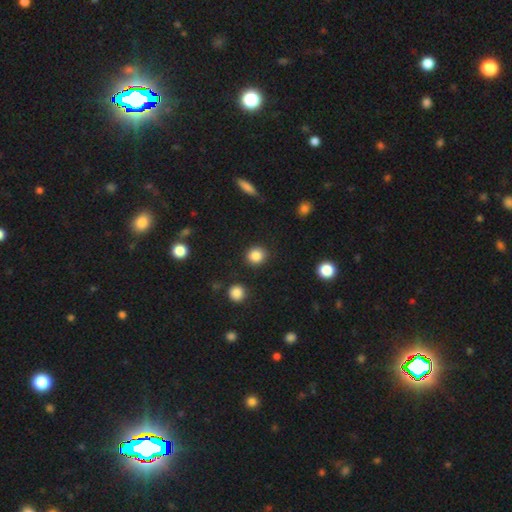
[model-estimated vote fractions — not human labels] Smooth or featured? smooth (86%)
How rounded? round (88%)
Merging? none (89%)